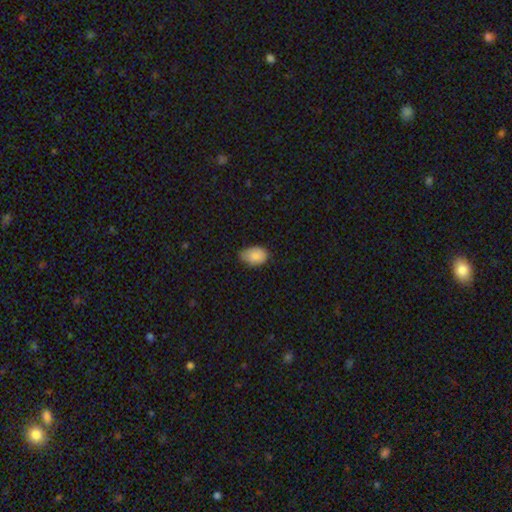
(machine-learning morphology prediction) Smooth or featured? smooth (86%)
How rounded? in between (83%)
Merging? none (57%)